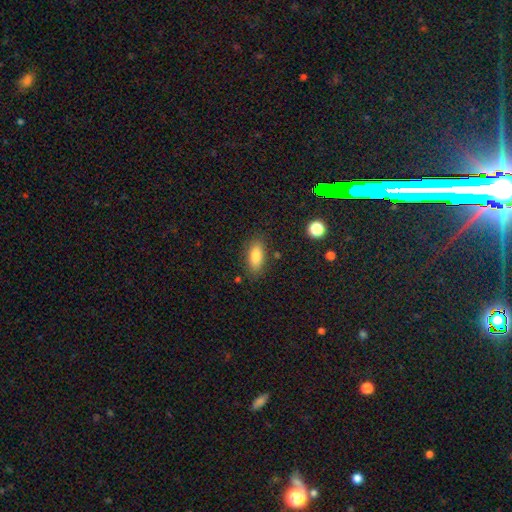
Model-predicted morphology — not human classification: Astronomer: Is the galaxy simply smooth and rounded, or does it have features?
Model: smooth — 83%.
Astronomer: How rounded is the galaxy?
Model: in between — 83%.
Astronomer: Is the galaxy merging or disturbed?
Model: none — 82%.